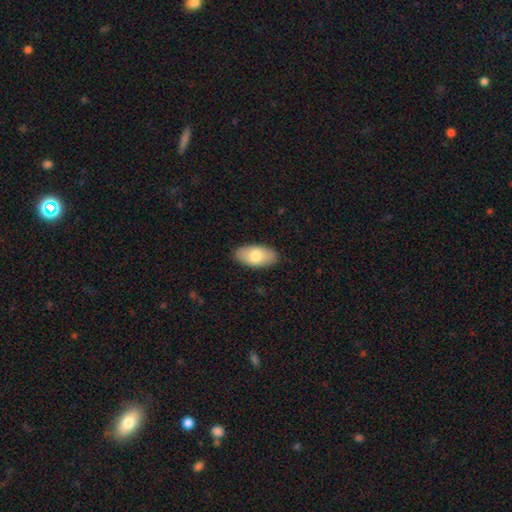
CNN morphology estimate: Overall: smooth (77%). How rounded: in between (95%). Merging: none (88%).